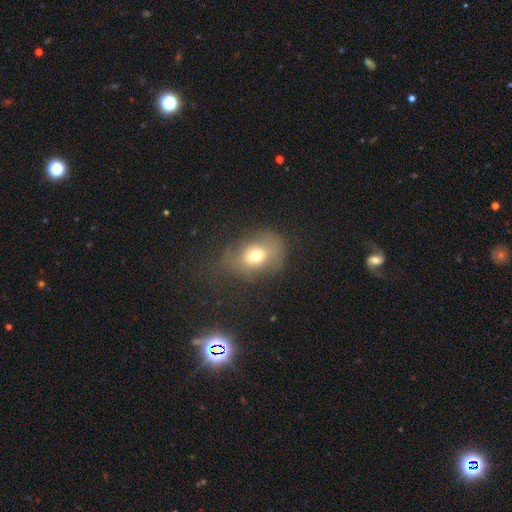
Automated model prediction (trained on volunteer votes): Overall: smooth (66%). How rounded: in between (54%; round 44%). Merging: none (40%; major disturbance 30%).